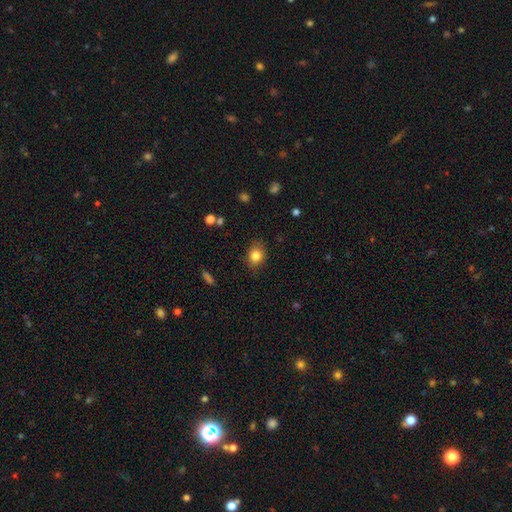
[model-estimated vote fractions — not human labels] This appears to be a smooth galaxy with no disk features (83%) that is in between round and cigar-shaped (50%). Merging: none (81%).